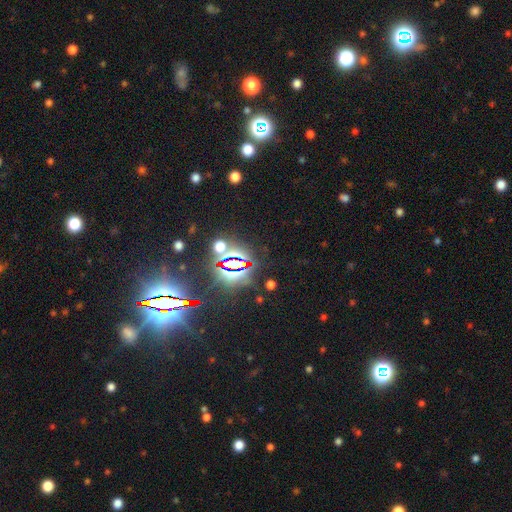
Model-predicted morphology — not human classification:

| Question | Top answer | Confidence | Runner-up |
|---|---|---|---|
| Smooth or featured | star or artifact | 84% | smooth (9%) |